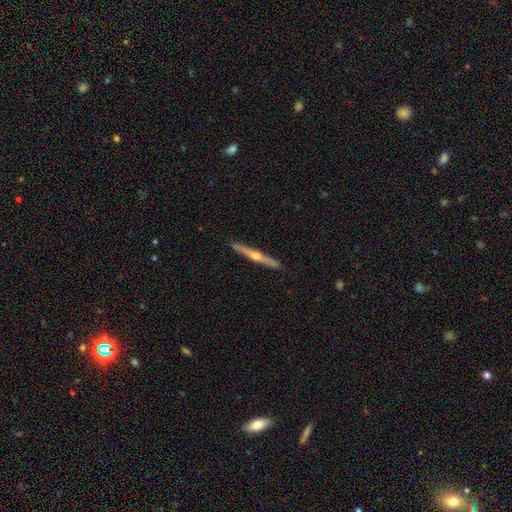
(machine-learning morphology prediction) This is likely a featured or disk galaxy (77%). It is clearly viewed edge-on (98%). Edge-on bulge: clearly rounded (90%). Merging: clearly none (92%).